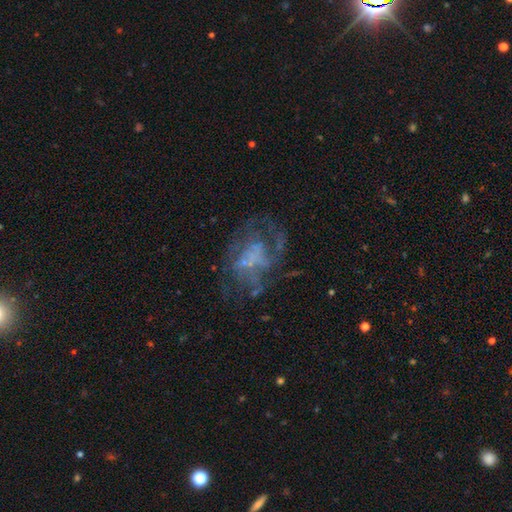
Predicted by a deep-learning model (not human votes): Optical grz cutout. It shows a featured or disk galaxy (62%) with no bar (72%), no spiral arms (54%) and no central bulge (62%). Merging: none (50%).